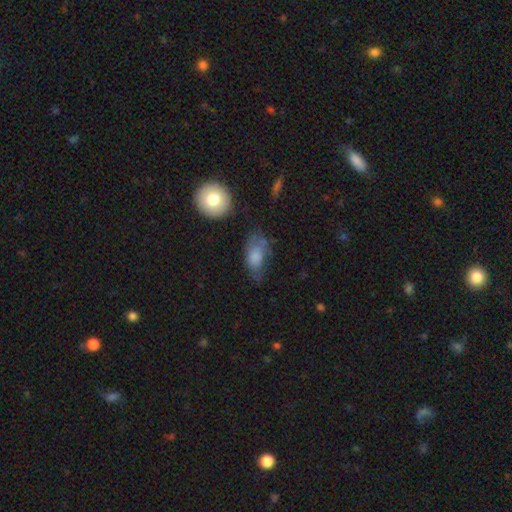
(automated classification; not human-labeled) This appears to be a smooth galaxy with no disk features (71%) that is in between round and cigar-shaped (88%). Merging: none (39%).